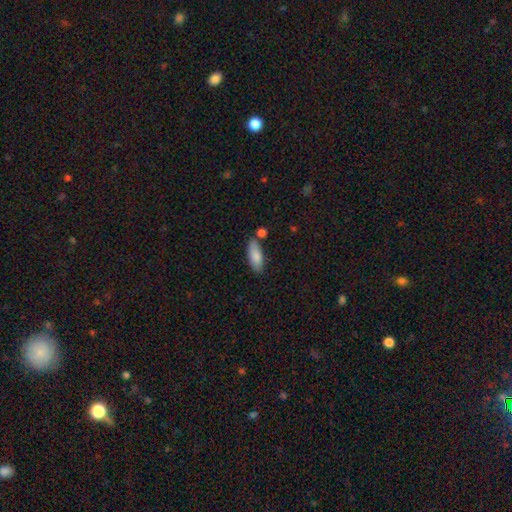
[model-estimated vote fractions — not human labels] Morphology: type=smooth (84%); roundness=in between (72%); merging=none (73%).